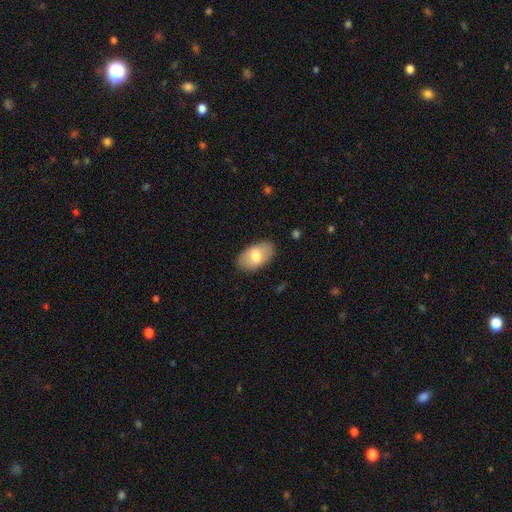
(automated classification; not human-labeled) This appears to be a smooth galaxy with no disk features (72%) that is in between round and cigar-shaped (94%). Merging: none (85%).